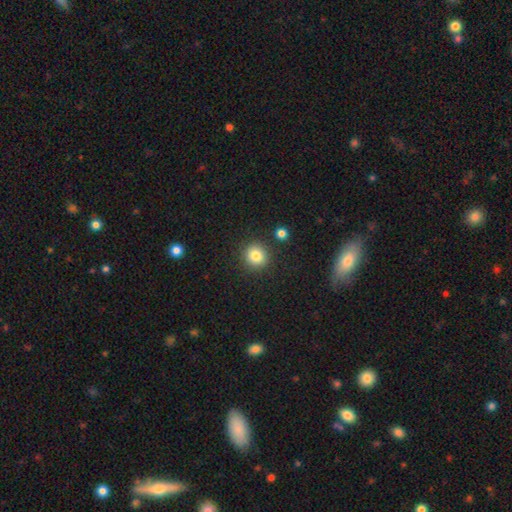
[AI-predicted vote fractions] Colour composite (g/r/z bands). It shows a smooth galaxy with no disk features (82%) that is round (90%). Merging: none (87%).